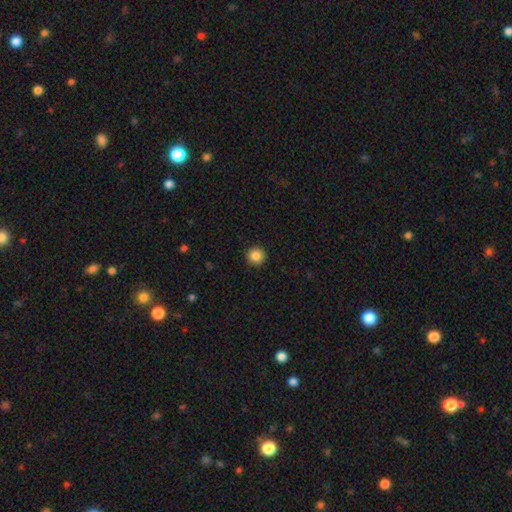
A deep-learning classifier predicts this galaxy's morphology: Overall: smooth (87%). How rounded: round (95%). Merging: none (93%).